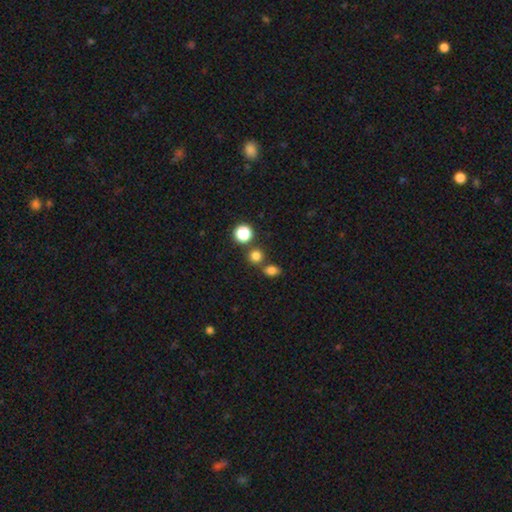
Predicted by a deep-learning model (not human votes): A smooth galaxy with no disk features (77%) that is round (82%). Merging: none (70%).